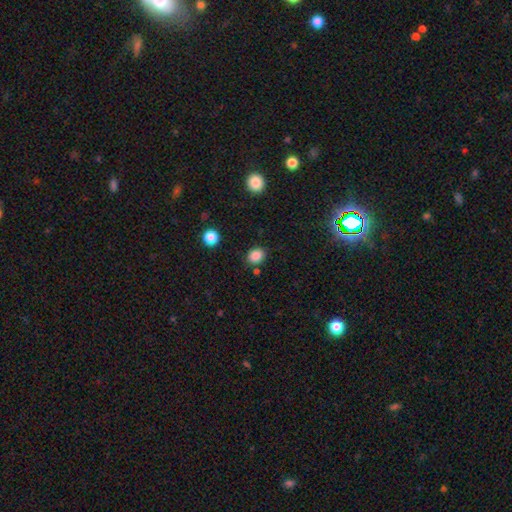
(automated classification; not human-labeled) A smooth galaxy with no disk features (86%) that is round (57%). Merging: none (82%).